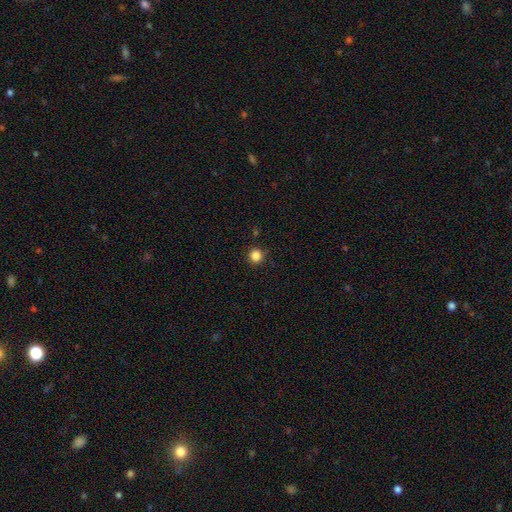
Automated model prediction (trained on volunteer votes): smooth-or-featured: smooth: 85% | star or artifact: 12% | featured or disk: 3%
  how-rounded: round: 95% | in between: 4% | cigar-shaped: 1%
  merging: none: 89% | minor disturbance: 7% | major disturbance: 2% | merger: 2%